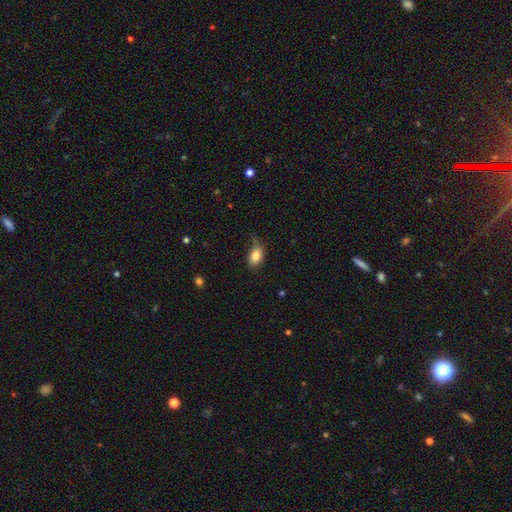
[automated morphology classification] This appears to be a smooth galaxy with no disk features (84%) that is in between round and cigar-shaped (87%). Merging: none (59%).